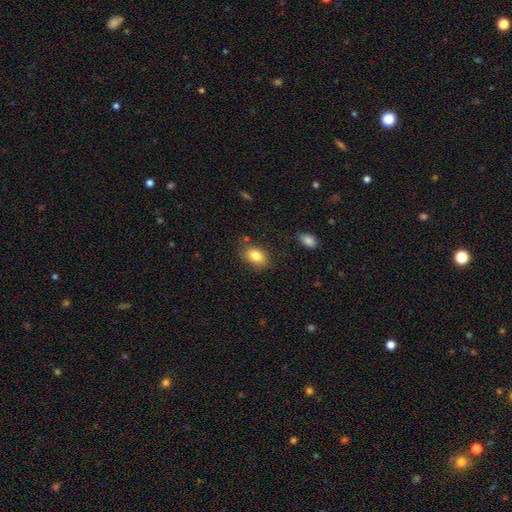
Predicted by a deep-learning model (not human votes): The model was most divided on "merging": none: 78%, minor disturbance: 15%, major disturbance: 4%, merger: 4%. More confident: smooth or featured — smooth (84%); how rounded — in between (84%).